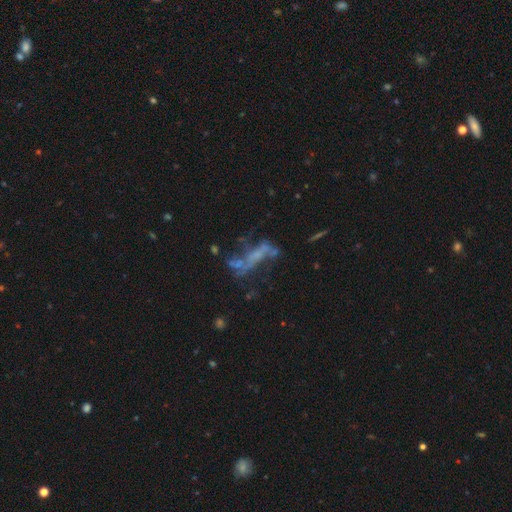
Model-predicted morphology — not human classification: This appears to be a featured or disk galaxy (60%) with no bar (69%), no spiral arms (66%) and no central bulge (63%). Merging: none (37%).